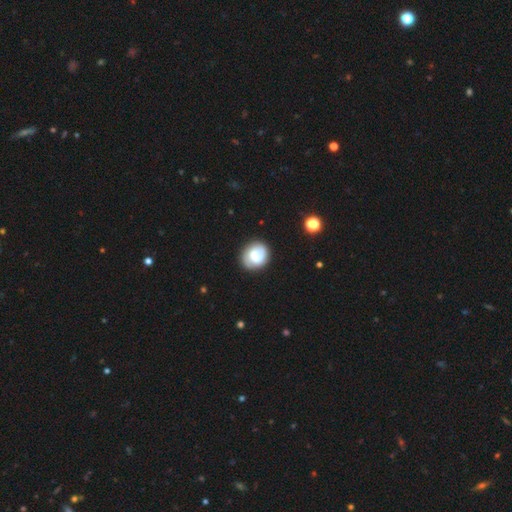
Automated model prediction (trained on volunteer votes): Smooth or featured? Predicted: smooth (p=0.57). How rounded? Predicted: round (p=0.73). Merging? Predicted: none (p=0.84).